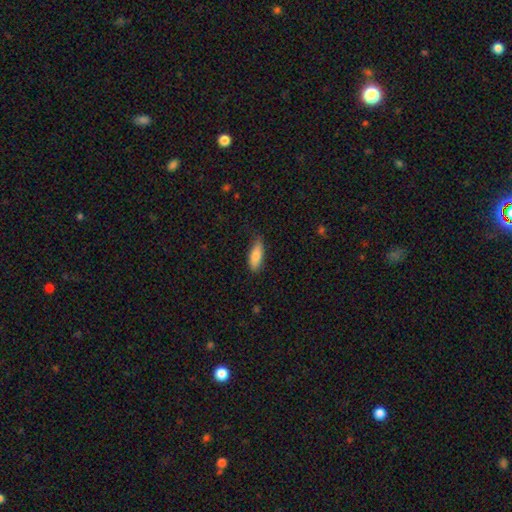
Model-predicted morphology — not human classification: This appears to be a smooth galaxy with no disk features (83%) that is in between round and cigar-shaped (72%). Merging: none (75%).